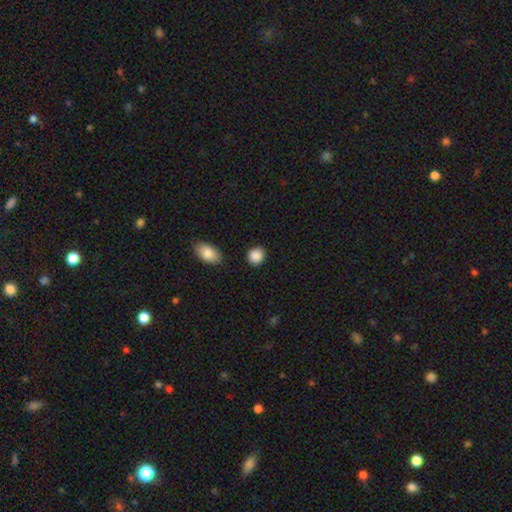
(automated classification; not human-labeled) Smooth or featured: smooth — 89% (star or artifact — 8%)
How rounded: round — 74% (in between — 25%)
Merging: none — 85% (minor disturbance — 10%)